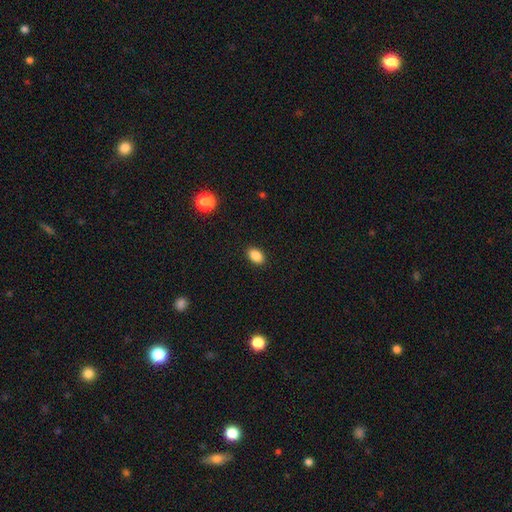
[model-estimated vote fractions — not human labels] Overall: smooth (87%). How rounded: in between (87%). Merging: none (90%).